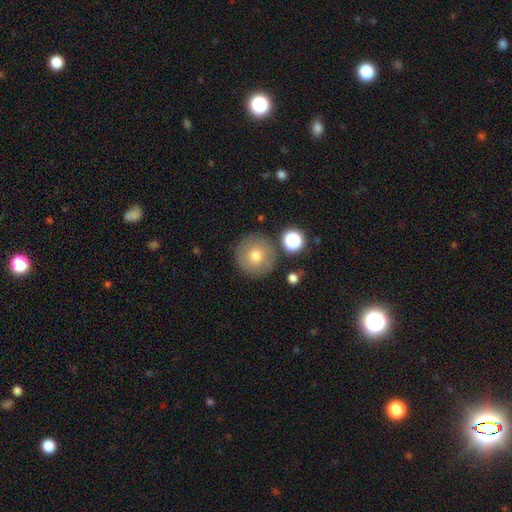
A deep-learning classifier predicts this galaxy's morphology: smooth 71%, featured or disk 19%, star or artifact 10%. Down the decision tree: how rounded — round (95%); merging — none (83%).